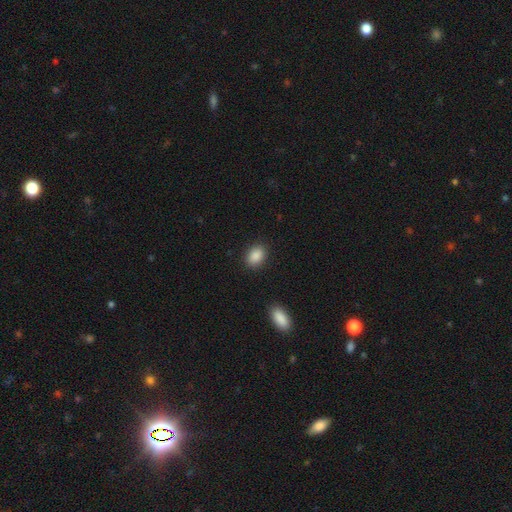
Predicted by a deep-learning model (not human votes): Smooth or featured?
  - smooth: 89% *
  - star or artifact: 8%
  - featured or disk: 3%
How rounded?
  - in between: 80% *
  - round: 19%
  - cigar-shaped: 1%
Merging?
  - none: 88% *
  - minor disturbance: 8%
  - major disturbance: 2%
  - merger: 1%